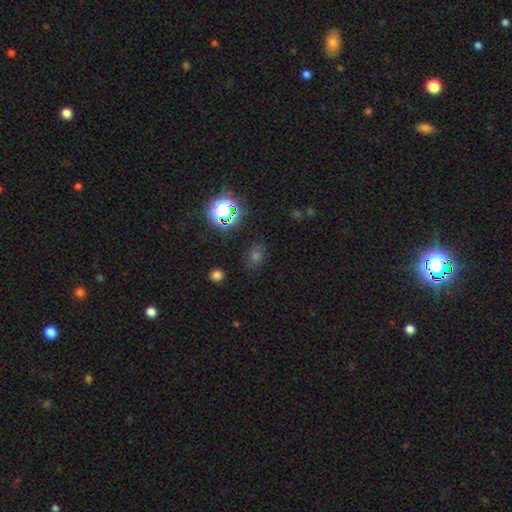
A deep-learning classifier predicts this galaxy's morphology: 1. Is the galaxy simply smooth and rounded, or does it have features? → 54% smooth, 38% star or artifact, 9% featured or disk.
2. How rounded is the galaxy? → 55% in between, 43% round, 2% cigar-shaped.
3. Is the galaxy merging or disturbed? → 82% none, 12% minor disturbance, 4% major disturbance, 2% merger.